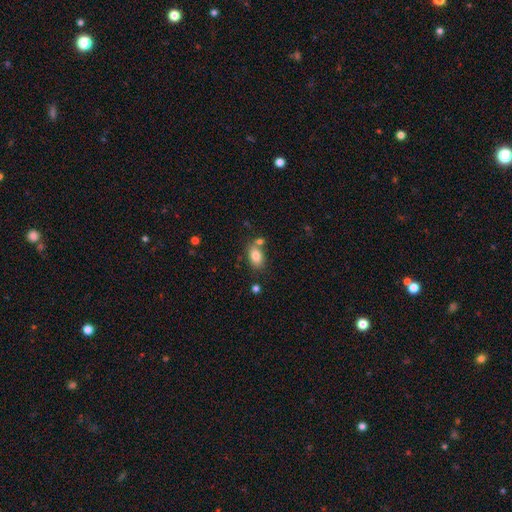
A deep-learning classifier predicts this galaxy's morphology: Overall: smooth (81%). How rounded: in between (87%). Merging: none (65%).